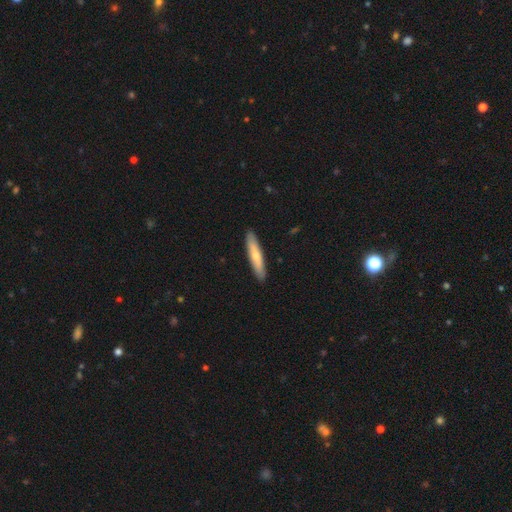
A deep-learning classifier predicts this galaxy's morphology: smooth 64%, featured or disk 31%, star or artifact 5%. Down the decision tree: how rounded — cigar-shaped (89%); merging — none (91%).